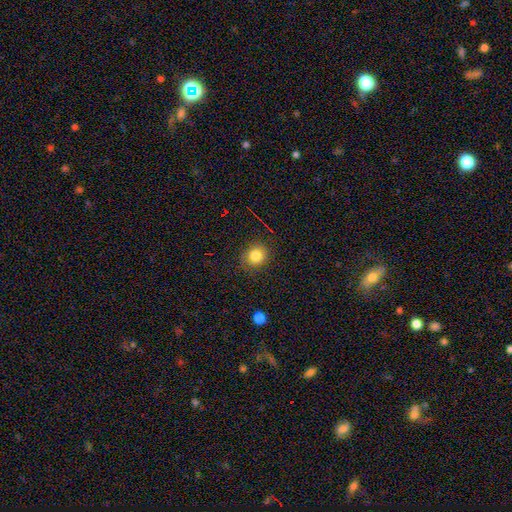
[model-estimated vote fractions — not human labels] A smooth galaxy with no disk features (82%) that is round (80%).

Vote fractions:
- Smooth or featured? smooth: 82% / star or artifact: 12% / featured or disk: 6%
- How rounded? round: 80% / in between: 19% / cigar-shaped: 1%
- Merging? none: 86% / minor disturbance: 10% / major disturbance: 3% / merger: 1%